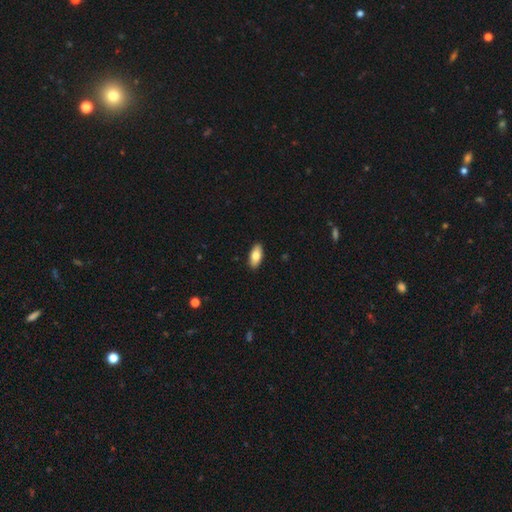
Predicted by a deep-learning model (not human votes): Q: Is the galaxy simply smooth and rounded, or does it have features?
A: smooth — 80%.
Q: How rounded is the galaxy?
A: in between — 89%.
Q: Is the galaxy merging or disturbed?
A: none — 90%.